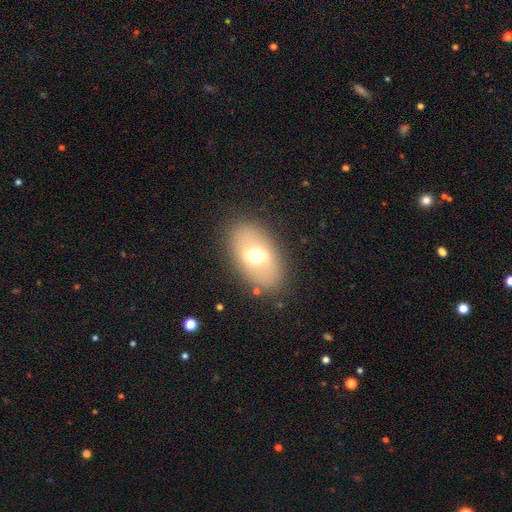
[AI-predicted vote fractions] A smooth galaxy with no disk features (54%) that is in between round and cigar-shaped (83%).

Vote fractions:
- Smooth or featured? smooth: 54% / featured or disk: 35% / star or artifact: 11%
- How rounded? in between: 83% / round: 15% / cigar-shaped: 2%
- Merging? none: 83% / minor disturbance: 10% / major disturbance: 5% / merger: 2%